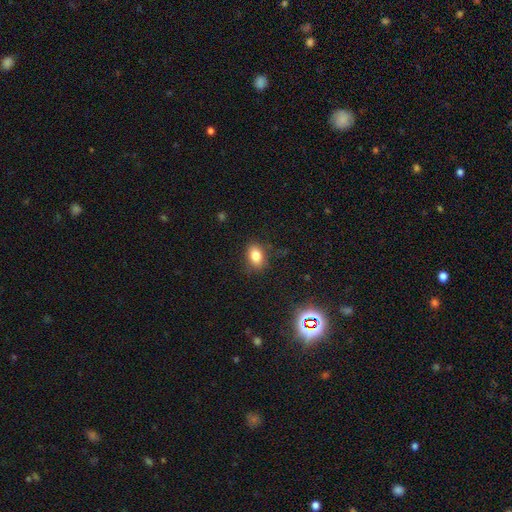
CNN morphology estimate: A smooth galaxy with no disk features (82%) that is in between round and cigar-shaped (82%).

Vote fractions:
- Smooth or featured? smooth: 82% / star or artifact: 11% / featured or disk: 7%
- How rounded? in between: 82% / round: 16% / cigar-shaped: 2%
- Merging? none: 83% / minor disturbance: 13% / major disturbance: 3% / merger: 1%